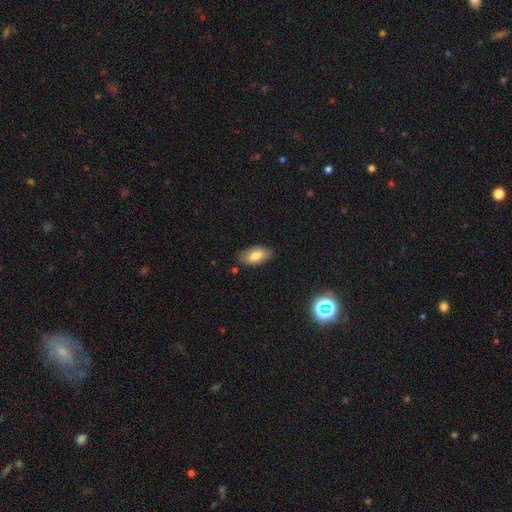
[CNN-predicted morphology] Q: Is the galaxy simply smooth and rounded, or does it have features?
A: smooth — 76%.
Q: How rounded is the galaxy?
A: in between — 91%.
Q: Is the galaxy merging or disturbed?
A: none — 81%.